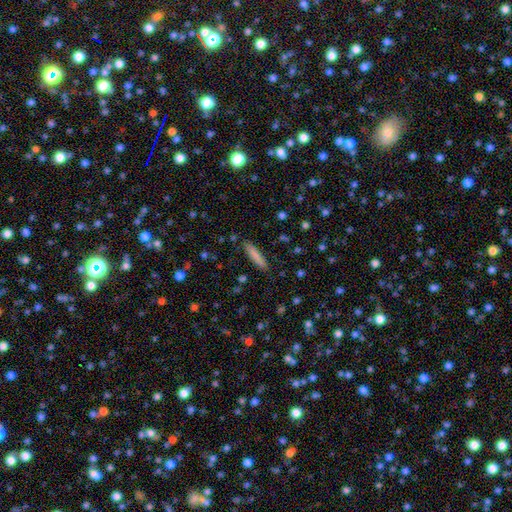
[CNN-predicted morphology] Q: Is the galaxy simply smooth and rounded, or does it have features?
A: smooth — 82%.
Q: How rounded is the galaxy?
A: cigar-shaped — 85%.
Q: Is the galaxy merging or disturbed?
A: none — 85%.